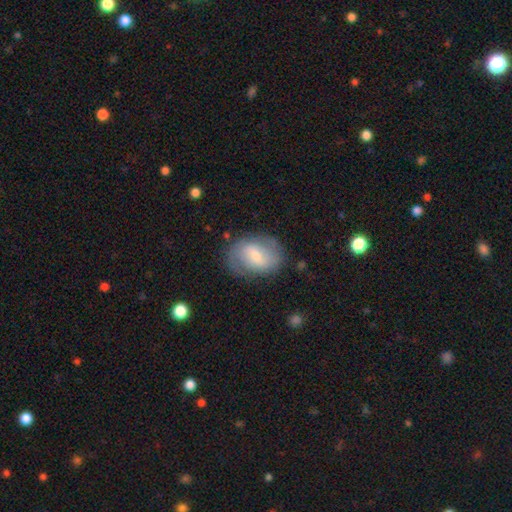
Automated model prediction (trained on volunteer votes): Smooth or featured?
  - featured or disk: 57% *
  - smooth: 36%
  - star or artifact: 7%
Edge-on disk?
  - no: 96% *
  - yes: 4%
Bar?
  - weak: 54% *
  - no: 23%
  - strong: 23%
Spiral arms?
  - yes: 77% *
  - no: 23%
Bulge size?
  - small: 50% *
  - moderate: 42%
  - large: 4%
  - none: 3%
  - dominant: 1%
Merging?
  - none: 72% *
  - minor disturbance: 18%
  - major disturbance: 8%
  - merger: 2%